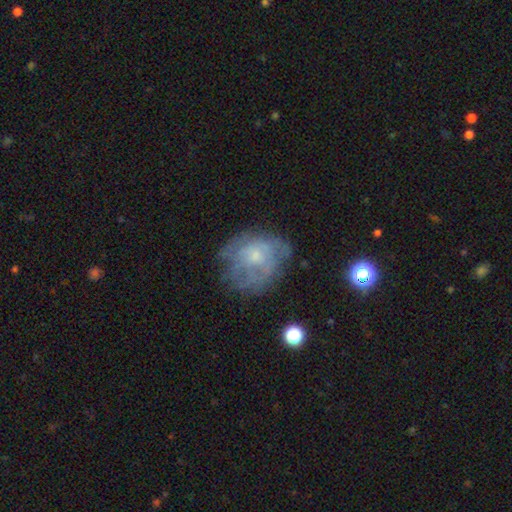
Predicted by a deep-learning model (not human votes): A featured or disk galaxy (57%) with no bar (84%), no spiral arms (56%) and a small central bulge (55%).

Vote fractions:
- Smooth or featured? featured or disk: 57% / smooth: 33% / star or artifact: 10%
- Edge-on disk? no: 97% / yes: 3%
- Bar? no: 84% / weak: 14% / strong: 2%
- Spiral arms? no: 56% / yes: 44%
- Bulge size? small: 55% / moderate: 31% / none: 11% / large: 3% / dominant: 1%
- Merging? none: 54% / minor disturbance: 24% / major disturbance: 19% / merger: 2%